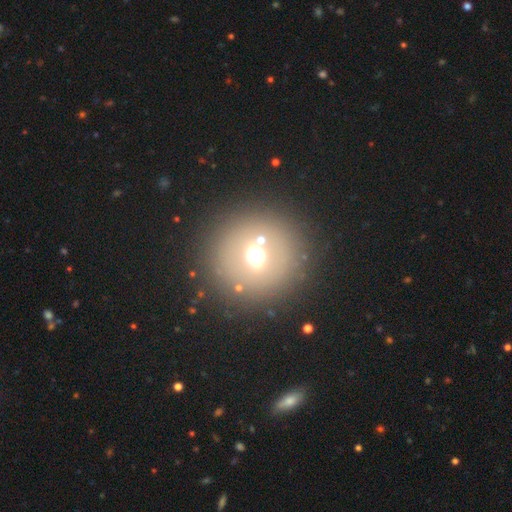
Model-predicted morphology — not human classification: Smooth or featured?
  - smooth: 57% *
  - star or artifact: 26%
  - featured or disk: 17%
How rounded?
  - round: 94% *
  - in between: 5%
  - cigar-shaped: 1%
Merging?
  - none: 84% *
  - minor disturbance: 7%
  - major disturbance: 5%
  - merger: 4%